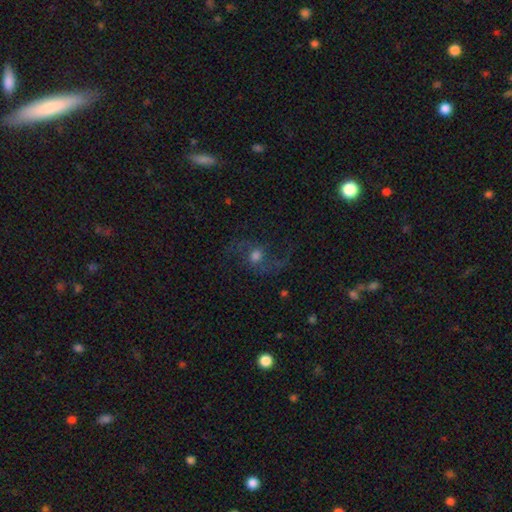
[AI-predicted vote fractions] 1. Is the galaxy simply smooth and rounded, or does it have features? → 66% featured or disk, 20% star or artifact, 14% smooth.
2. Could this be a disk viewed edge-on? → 95% no, 5% yes.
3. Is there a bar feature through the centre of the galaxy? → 64% no, 28% weak, 7% strong.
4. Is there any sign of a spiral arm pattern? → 92% yes, 8% no.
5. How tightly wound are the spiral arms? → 51% loose, 40% medium, 9% tight.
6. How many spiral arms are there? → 88% 2, 4% can't tell, 3% 1, 2% 3, 1% 4, 1% more than 4.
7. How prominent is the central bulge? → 59% moderate, 19% small, 16% large, 3% dominant, 3% none.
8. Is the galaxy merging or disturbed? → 75% none, 12% minor disturbance, 10% major disturbance, 2% merger.